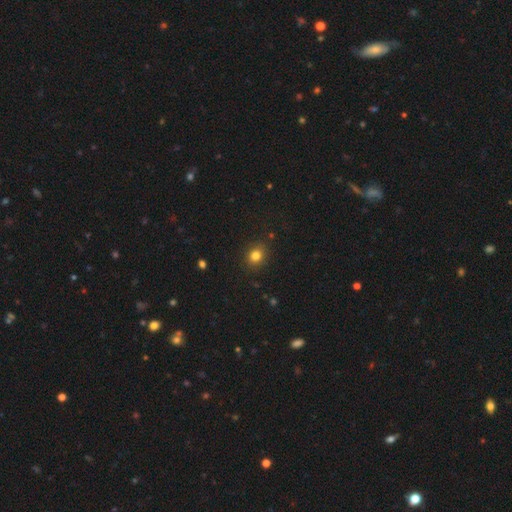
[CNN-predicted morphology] This appears to be a smooth galaxy with no disk features (81%) that is round (63%). Merging: none (87%).